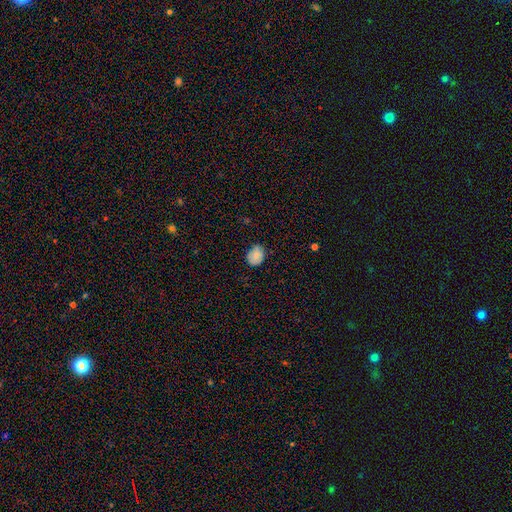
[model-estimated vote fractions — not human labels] smooth 80%, featured or disk 12%, star or artifact 8%. Down the decision tree: how rounded — in between (50%); merging — none (69%).